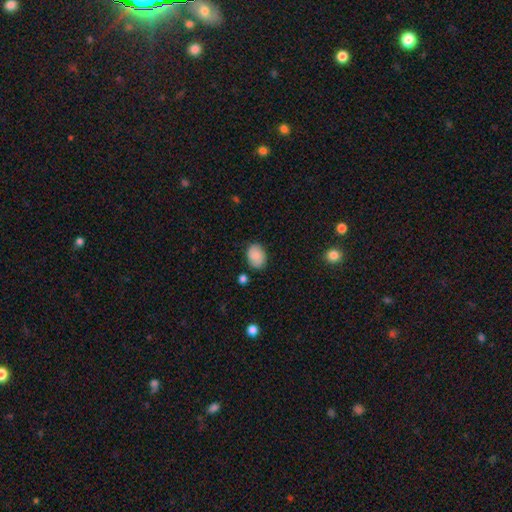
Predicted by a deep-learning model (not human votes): A smooth galaxy with no disk features (86%) that is in between round and cigar-shaped (68%). Merging: none (82%).